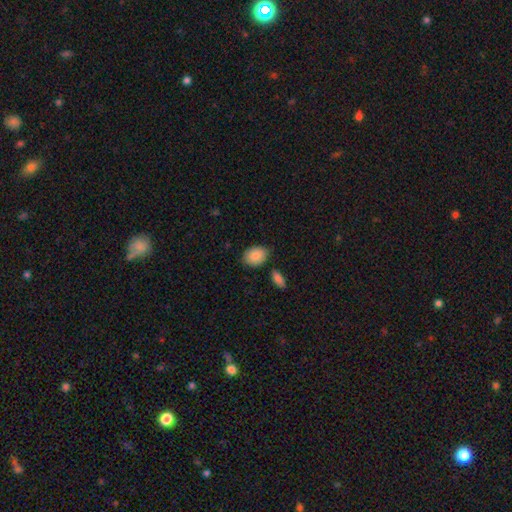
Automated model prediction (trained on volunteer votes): Smooth or featured? smooth (88%)
How rounded? in between (71%)
Merging? none (77%)